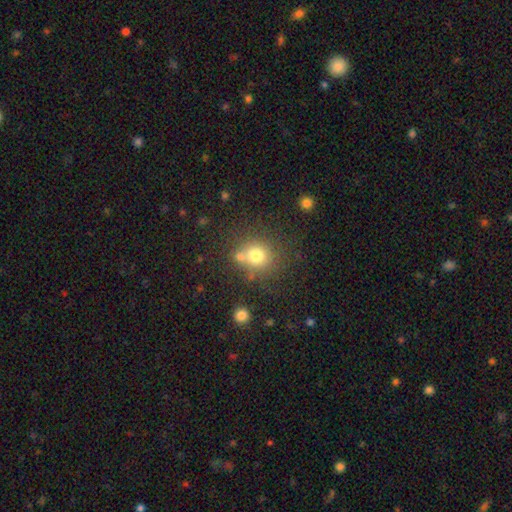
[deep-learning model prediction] Q: Smooth or featured?
A: smooth (74%); runner-up: star or artifact (15%)
Q: How rounded?
A: round (83%); runner-up: in between (16%)
Q: Merging?
A: none (62%); runner-up: merger (21%)